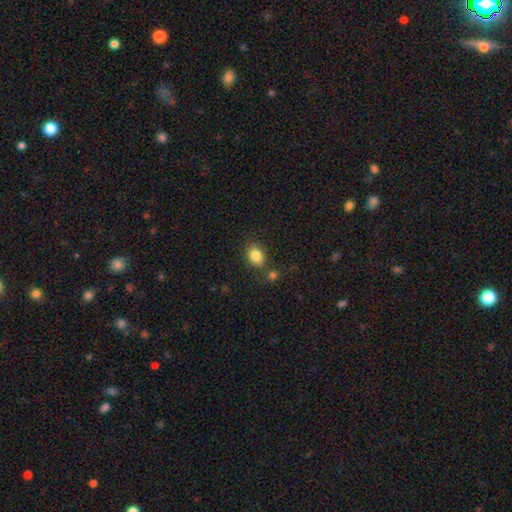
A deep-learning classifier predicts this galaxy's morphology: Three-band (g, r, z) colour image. It shows a smooth galaxy with no disk features (84%) that is round (51%). Merging: none (74%).